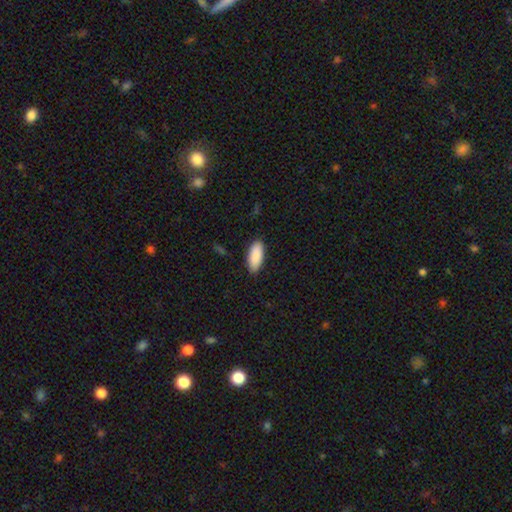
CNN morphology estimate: Smooth or featured? Predicted: smooth (p=0.91). How rounded? Predicted: in between (p=0.85). Merging? Predicted: none (p=0.88).